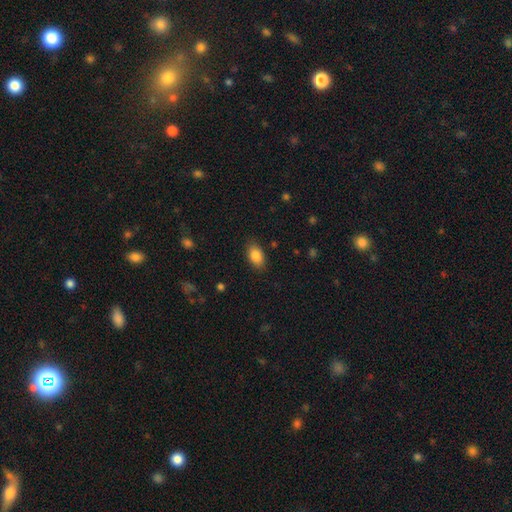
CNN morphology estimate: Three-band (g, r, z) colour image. It shows a smooth galaxy with no disk features (87%) that is in between round and cigar-shaped (90%). Merging: none (85%).